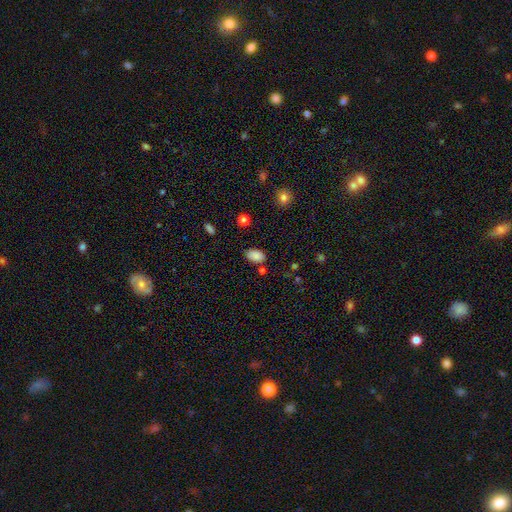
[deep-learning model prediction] This appears to be a smooth galaxy with no disk features (86%) that is in between round and cigar-shaped (91%). Merging: none (73%).